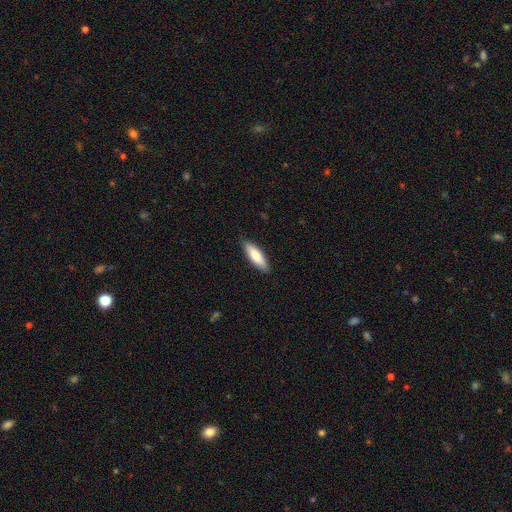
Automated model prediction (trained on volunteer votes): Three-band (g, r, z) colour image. It shows a smooth galaxy with no disk features (78%) that is cigar-shaped (53%). Merging: none (86%).